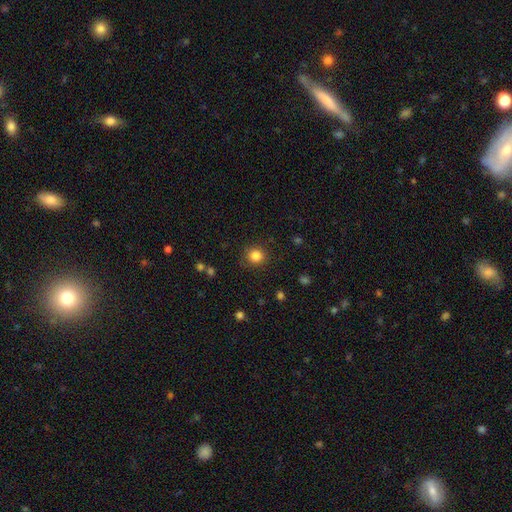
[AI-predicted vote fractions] smooth 84%, star or artifact 11%, featured or disk 5%. Down the decision tree: how rounded — round (91%); merging — none (87%).